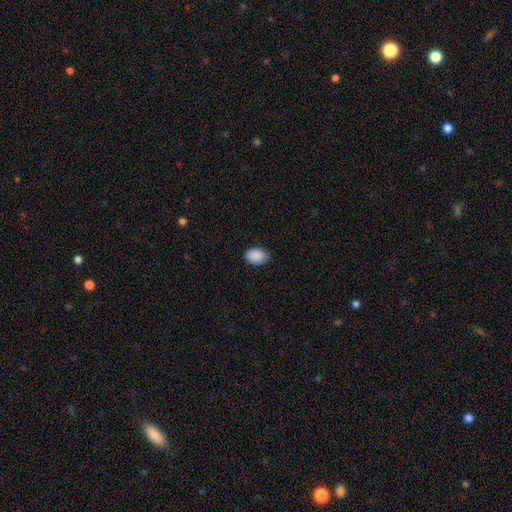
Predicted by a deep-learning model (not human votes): Smooth or featured?
  - smooth: 90% *
  - star or artifact: 7%
  - featured or disk: 3%
How rounded?
  - in between: 88% *
  - round: 11%
  - cigar-shaped: 1%
Merging?
  - none: 83% *
  - minor disturbance: 14%
  - major disturbance: 2%
  - merger: 1%